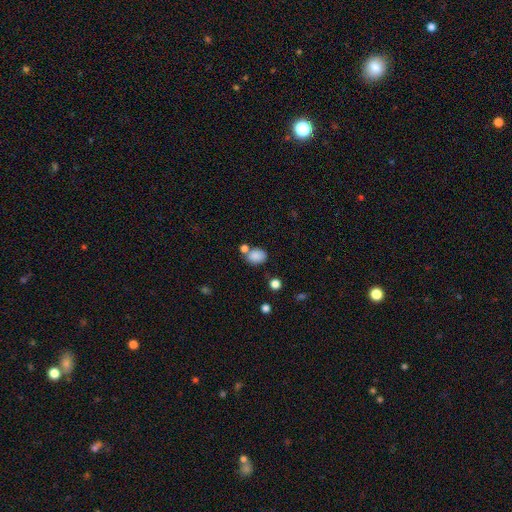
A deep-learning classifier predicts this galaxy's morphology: smooth 85%, star or artifact 10%, featured or disk 5%. Down the decision tree: how rounded — in between (62%); merging — none (59%).